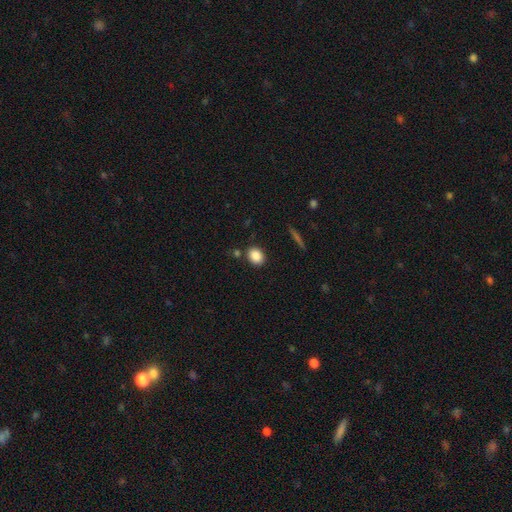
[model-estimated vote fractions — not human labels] Q: Smooth or featured?
A: smooth (87%); runner-up: star or artifact (9%)
Q: How rounded?
A: in between (55%); runner-up: round (44%)
Q: Merging?
A: none (81%); runner-up: minor disturbance (10%)